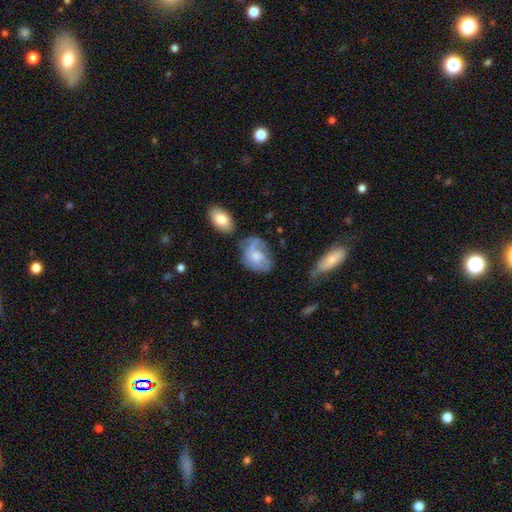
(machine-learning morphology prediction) This is possibly a smooth galaxy (51%). How rounded: likely in between (72%). Merging: marginally none (38%).